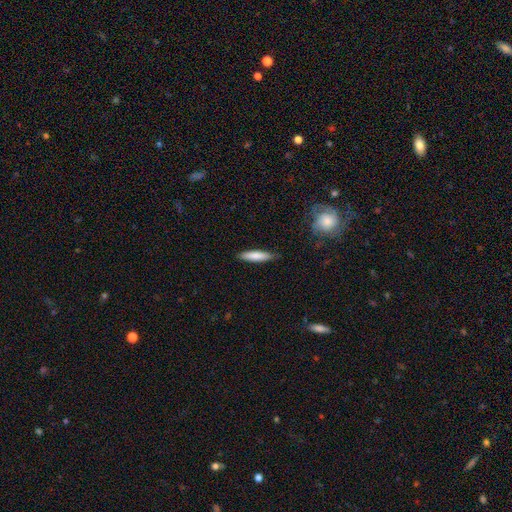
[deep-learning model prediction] smooth 80%, featured or disk 14%, star or artifact 6%. Down the decision tree: how rounded — cigar-shaped (81%); merging — none (85%).